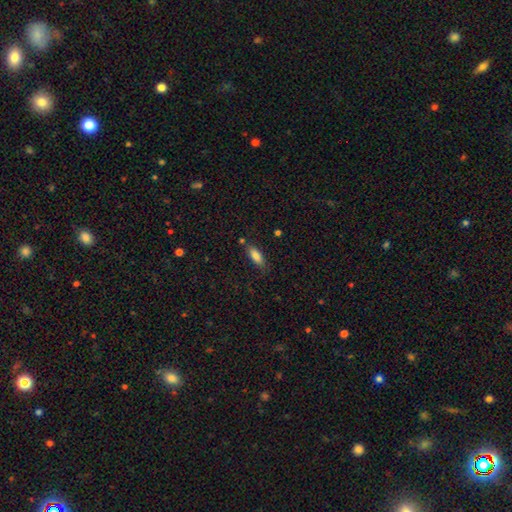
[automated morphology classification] smooth-or-featured: smooth: 83% | featured or disk: 9% | star or artifact: 7%
  how-rounded: in between: 69% | cigar-shaped: 29% | round: 2%
  merging: none: 78% | minor disturbance: 15% | merger: 4% | major disturbance: 4%